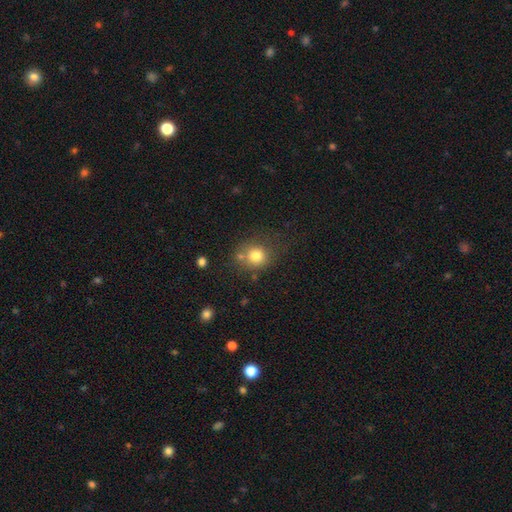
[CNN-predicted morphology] smooth_or_featured: smooth (p=0.78) [alt: star or artifact p=0.12]
how_rounded: round (p=0.82) [alt: in between p=0.17]
merging: none (p=0.66) [alt: minor disturbance p=0.16]